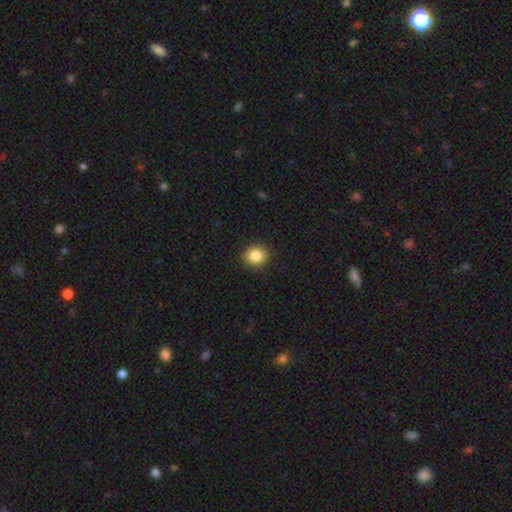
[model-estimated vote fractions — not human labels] This appears to be a smooth galaxy with no disk features (85%) that is round (84%). Merging: none (91%).